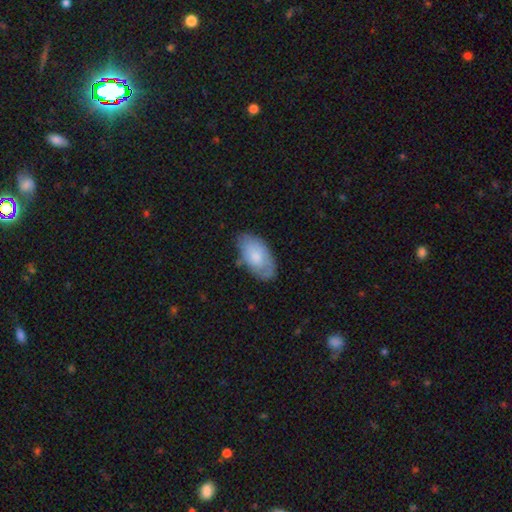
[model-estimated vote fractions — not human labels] Overall: smooth (69%). How rounded: in between (95%). Merging: none (69%).